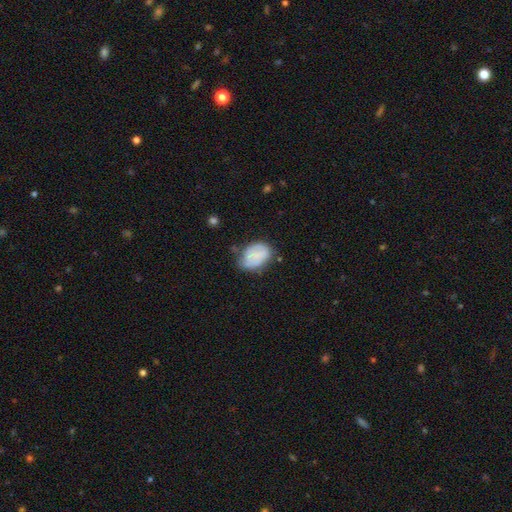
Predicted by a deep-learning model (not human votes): Smooth or featured: smooth — 60% (featured or disk — 32%)
How rounded: in between — 78% (round — 21%)
Merging: none — 52% (minor disturbance — 33%)